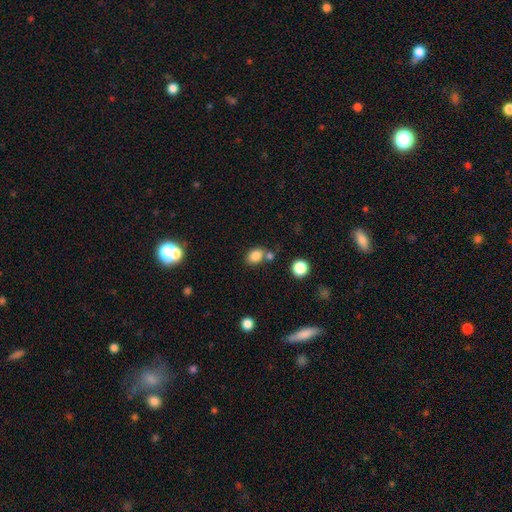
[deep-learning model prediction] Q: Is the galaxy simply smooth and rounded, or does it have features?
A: smooth — 83%.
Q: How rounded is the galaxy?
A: in between — 64%.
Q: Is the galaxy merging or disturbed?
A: none — 63%.